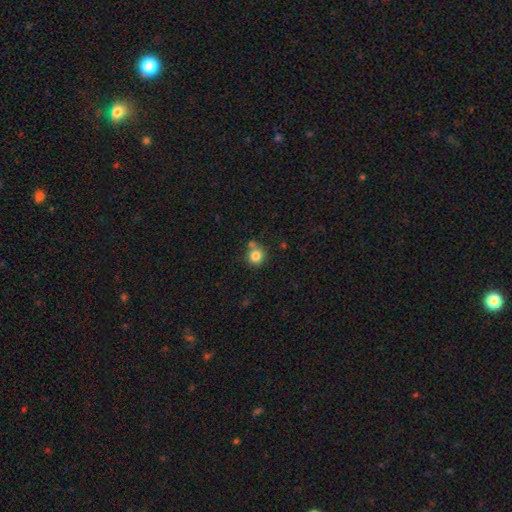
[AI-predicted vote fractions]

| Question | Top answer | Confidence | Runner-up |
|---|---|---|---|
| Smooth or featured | smooth | 83% | star or artifact (11%) |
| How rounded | round | 91% | in between (8%) |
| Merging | none | 66% | merger (19%) |